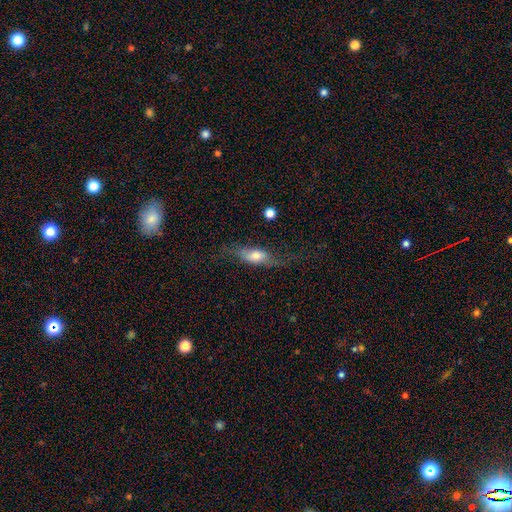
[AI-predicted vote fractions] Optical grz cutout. It shows a smooth galaxy with no disk features (52%) that is in between round and cigar-shaped (60%). Merging: none (52%).